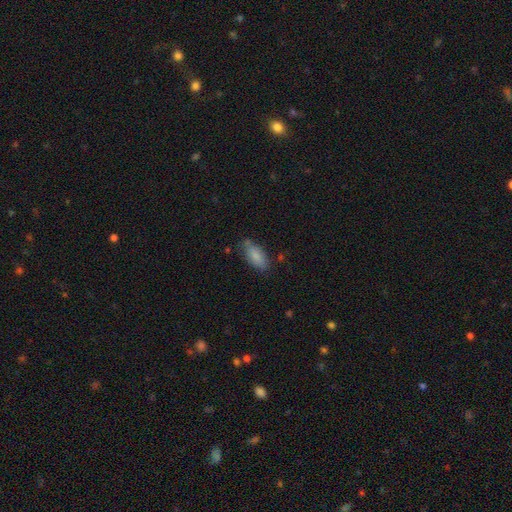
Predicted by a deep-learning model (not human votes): Smooth or featured: smooth — 84% (featured or disk — 9%)
How rounded: in between — 86% (cigar-shaped — 12%)
Merging: none — 68% (minor disturbance — 22%)